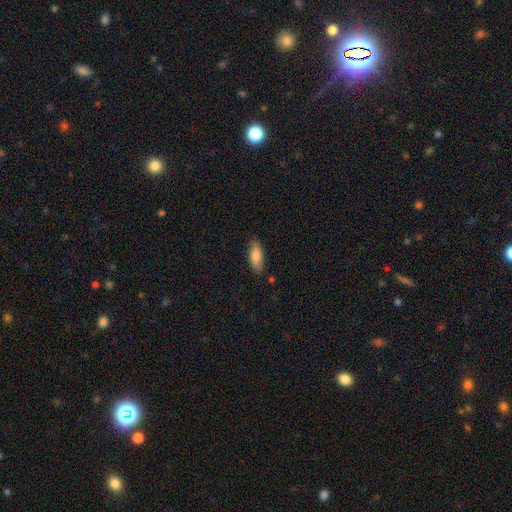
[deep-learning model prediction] Smooth or featured? Predicted: smooth (p=0.81). How rounded? Predicted: in between (p=0.75). Merging? Predicted: none (p=0.83).